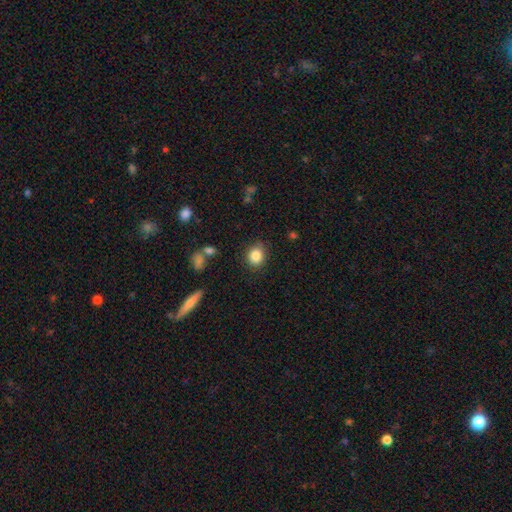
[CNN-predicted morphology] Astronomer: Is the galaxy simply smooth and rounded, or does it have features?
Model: smooth — 85%.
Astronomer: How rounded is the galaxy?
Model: round — 70%.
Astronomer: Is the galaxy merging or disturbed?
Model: none — 83%.